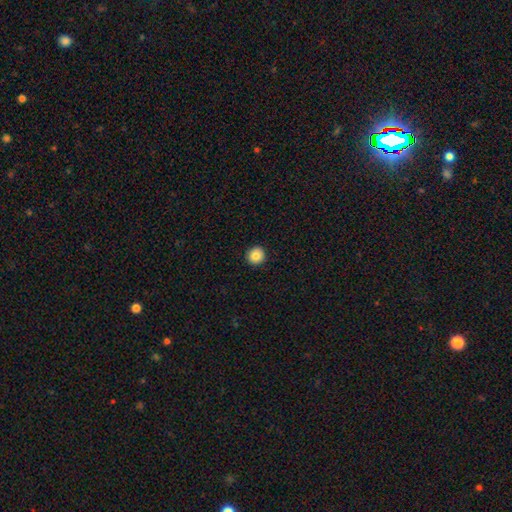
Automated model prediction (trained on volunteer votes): This is clearly a smooth galaxy (85%). How rounded: clearly round (94%). Merging: clearly none (93%).